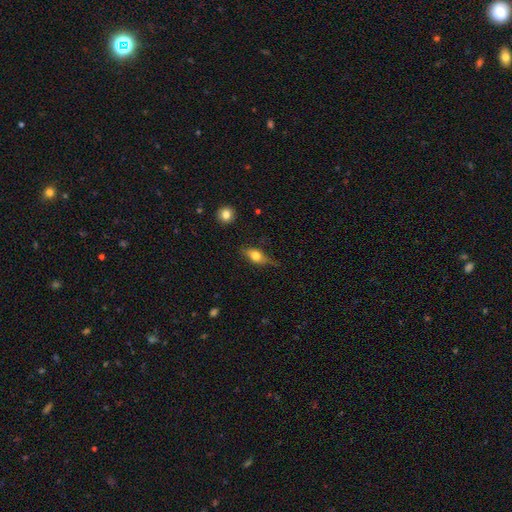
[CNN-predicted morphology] Smooth or featured?
  - smooth: 63% *
  - featured or disk: 29%
  - star or artifact: 8%
How rounded?
  - in between: 73% *
  - cigar-shaped: 19%
  - round: 8%
Merging?
  - none: 60% *
  - minor disturbance: 29%
  - major disturbance: 9%
  - merger: 2%